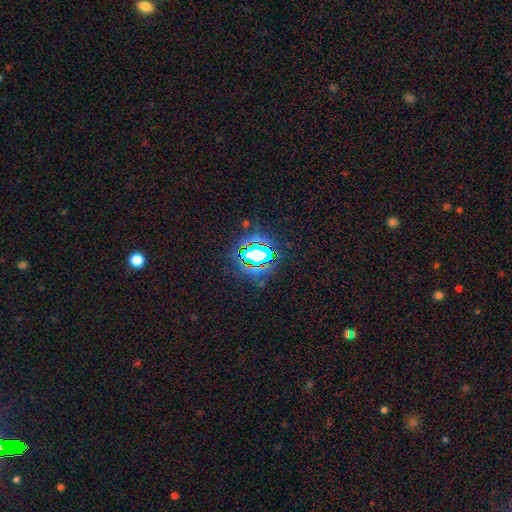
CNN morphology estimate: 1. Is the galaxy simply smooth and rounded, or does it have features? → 67% star or artifact, 20% smooth, 13% featured or disk.